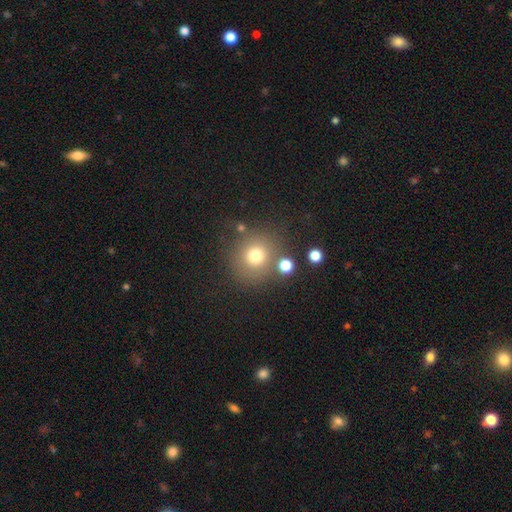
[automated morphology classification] The model was most divided on "smooth or featured": smooth: 73%, star or artifact: 16%, featured or disk: 11%. More confident: how rounded — round (89%); merging — none (75%).